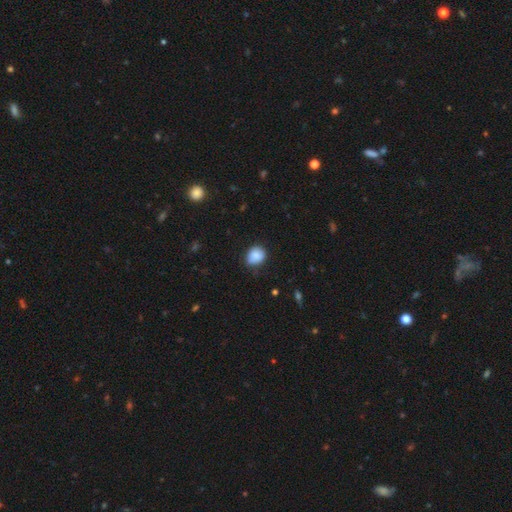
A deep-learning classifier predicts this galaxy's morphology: Smooth or featured?
  - smooth: 86% *
  - star or artifact: 8%
  - featured or disk: 6%
How rounded?
  - round: 64% *
  - in between: 35%
  - cigar-shaped: 1%
Merging?
  - none: 70% *
  - minor disturbance: 24%
  - major disturbance: 4%
  - merger: 2%